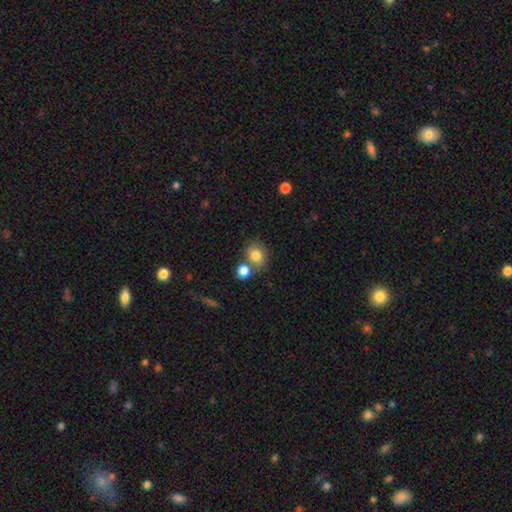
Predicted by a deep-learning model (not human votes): Smooth or featured: smooth — 81% (star or artifact — 10%)
How rounded: round — 59% (in between — 40%)
Merging: none — 53% (merger — 32%)